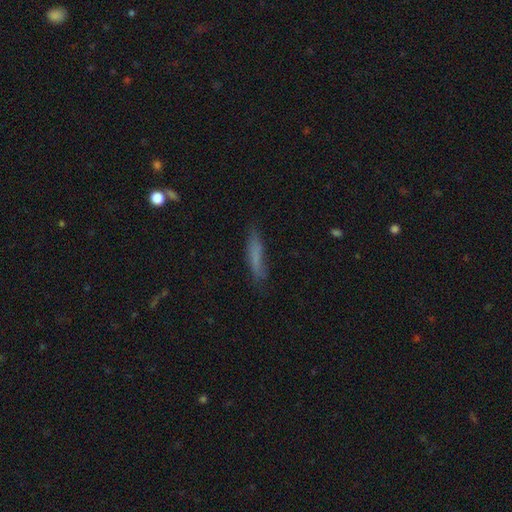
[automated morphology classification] Overall: smooth (69%). How rounded: cigar-shaped (85%). Merging: none (73%).